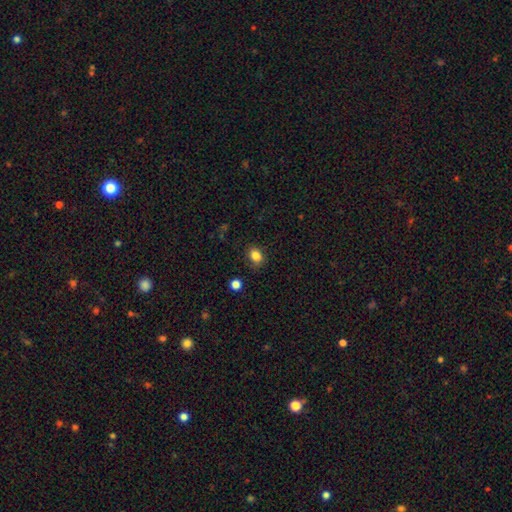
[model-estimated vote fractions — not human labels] Smooth or featured? Predicted: smooth (p=0.84). How rounded? Predicted: in between (p=0.54). Merging? Predicted: none (p=0.79).